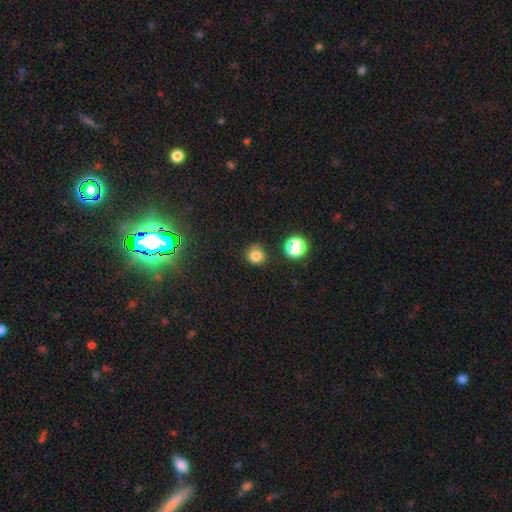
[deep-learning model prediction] Smooth or featured? Predicted: smooth (p=0.80). How rounded? Predicted: round (p=0.87). Merging? Predicted: none (p=0.78).